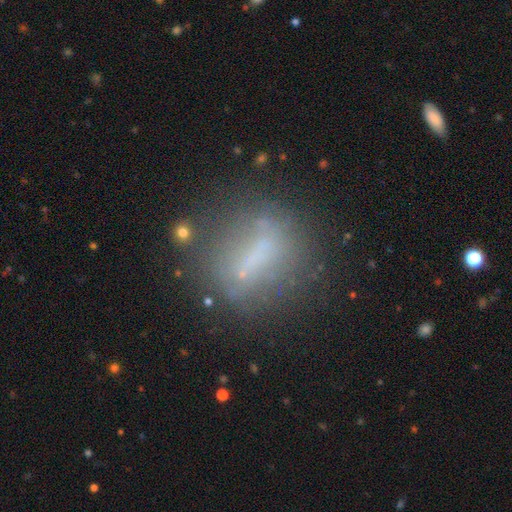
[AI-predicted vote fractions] A smooth galaxy with no disk features (45%).

Vote fractions:
- Smooth or featured? smooth: 45% / featured or disk: 38% / star or artifact: 17%
- Merging? none: 65% / minor disturbance: 17% / major disturbance: 12% / merger: 6%